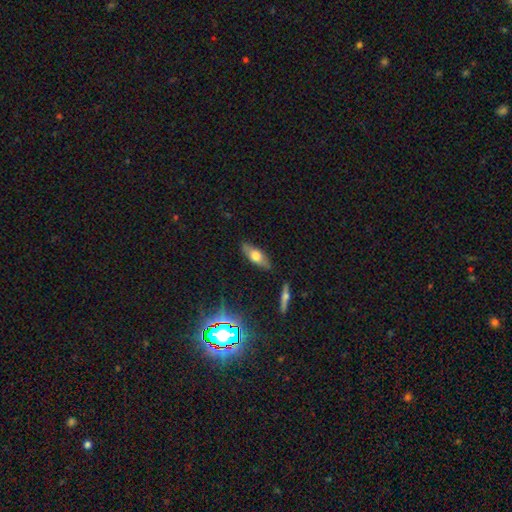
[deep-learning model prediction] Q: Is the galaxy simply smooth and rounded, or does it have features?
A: smooth — 55%.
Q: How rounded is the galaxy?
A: in between — 63%.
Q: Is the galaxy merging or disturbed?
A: none — 84%.